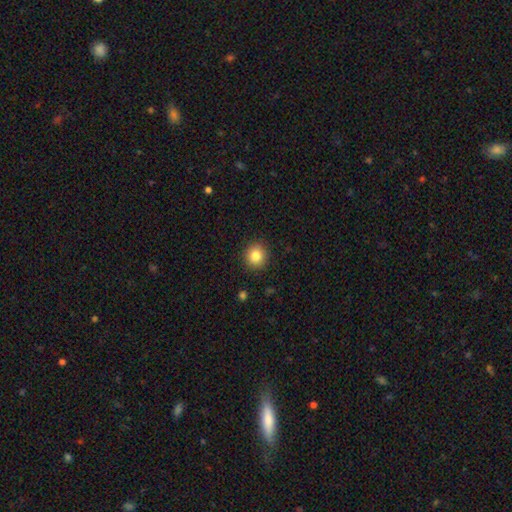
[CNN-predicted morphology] Smooth or featured: smooth — 83% (star or artifact — 10%)
How rounded: round — 89% (in between — 10%)
Merging: none — 91% (minor disturbance — 6%)